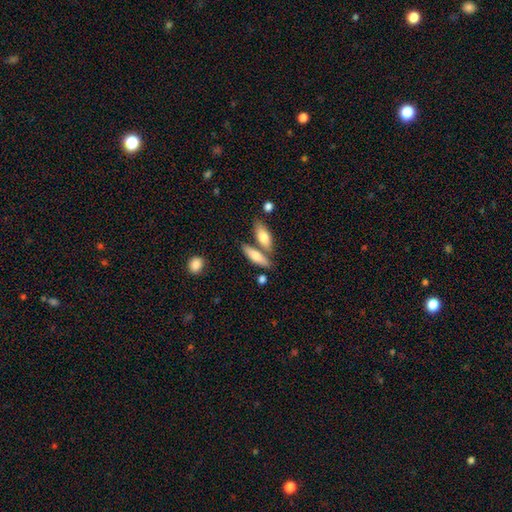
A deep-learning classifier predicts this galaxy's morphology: Smooth or featured?
  - smooth: 70% *
  - featured or disk: 24%
  - star or artifact: 6%
How rounded?
  - cigar-shaped: 53% *
  - in between: 44%
  - round: 3%
Merging?
  - none: 57% *
  - merger: 29%
  - minor disturbance: 10%
  - major disturbance: 3%